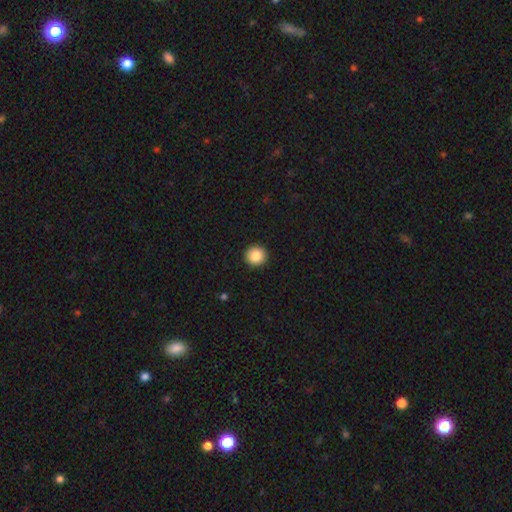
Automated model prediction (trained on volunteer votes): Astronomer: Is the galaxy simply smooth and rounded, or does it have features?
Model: smooth — 87%.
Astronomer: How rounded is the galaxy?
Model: round — 94%.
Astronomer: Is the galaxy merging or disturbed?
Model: none — 93%.